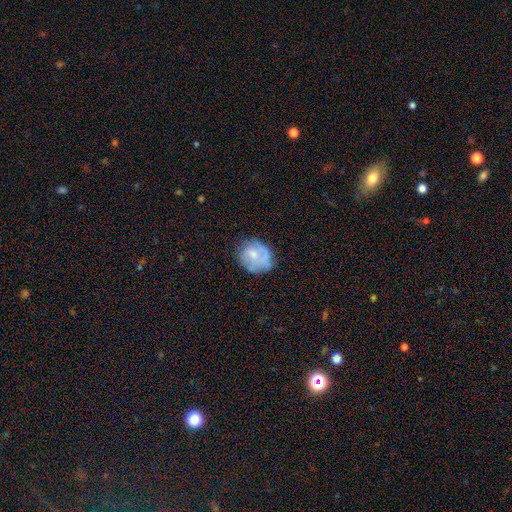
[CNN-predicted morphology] A smooth galaxy with no disk features (50%) that is round (62%). Merging: none (58%).